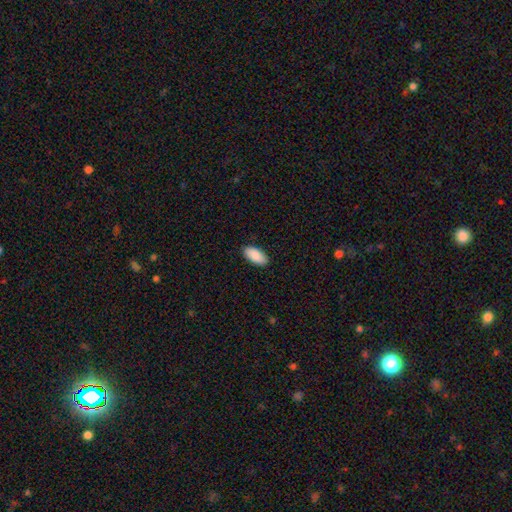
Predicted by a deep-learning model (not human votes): Smooth or featured?
  - smooth: 90% *
  - star or artifact: 6%
  - featured or disk: 5%
How rounded?
  - in between: 93% *
  - cigar-shaped: 5%
  - round: 2%
Merging?
  - none: 89% *
  - minor disturbance: 8%
  - major disturbance: 2%
  - merger: 1%